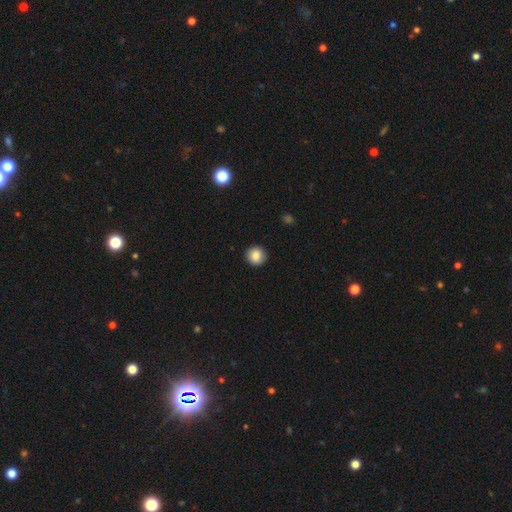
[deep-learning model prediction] A smooth galaxy with no disk features (86%) that is round (93%).

Vote fractions:
- Smooth or featured? smooth: 86% / star or artifact: 9% / featured or disk: 5%
- How rounded? round: 93% / in between: 6% / cigar-shaped: 1%
- Merging? none: 91% / minor disturbance: 6% / major disturbance: 2% / merger: 1%